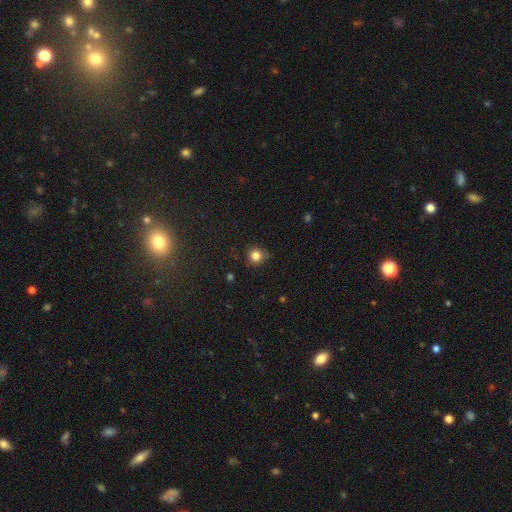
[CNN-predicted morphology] This is clearly a smooth galaxy (82%). How rounded: clearly round (90%). Merging: clearly none (81%).